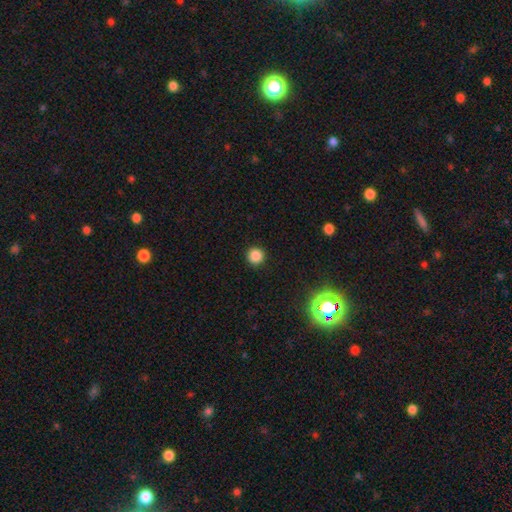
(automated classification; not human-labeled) Morphology: type=smooth (84%); roundness=round (95%); merging=none (92%).